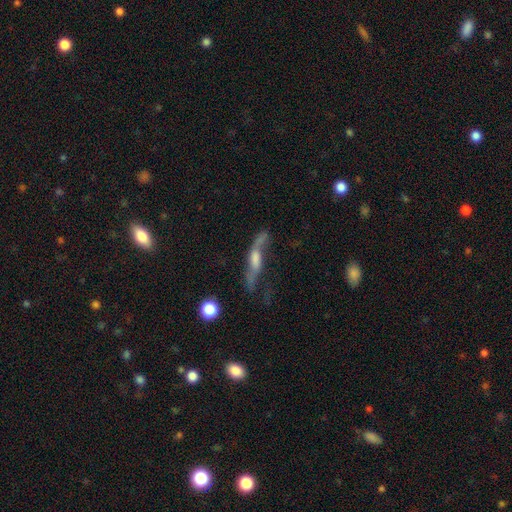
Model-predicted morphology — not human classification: Smooth or featured?
  - featured or disk: 69% *
  - smooth: 21%
  - star or artifact: 10%
Edge-on disk?
  - yes: 54% *
  - no: 46%
Merging?
  - none: 47% *
  - major disturbance: 25%
  - minor disturbance: 22%
  - merger: 5%